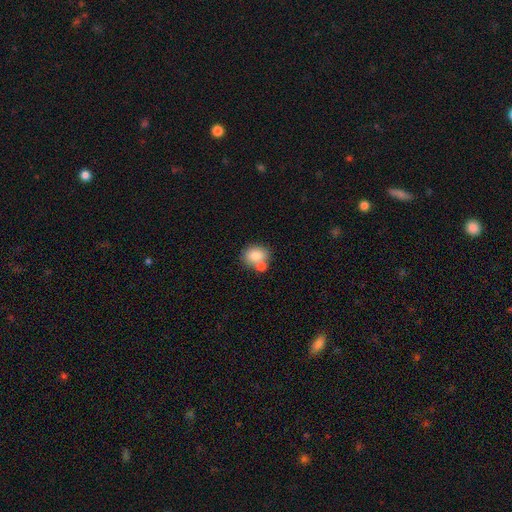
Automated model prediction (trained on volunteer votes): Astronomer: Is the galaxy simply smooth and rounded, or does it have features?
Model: smooth — 81%.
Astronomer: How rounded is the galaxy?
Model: round — 54% (runner-up: in between, 45%).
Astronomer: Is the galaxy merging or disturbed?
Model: none — 54% (runner-up: merger, 31%).